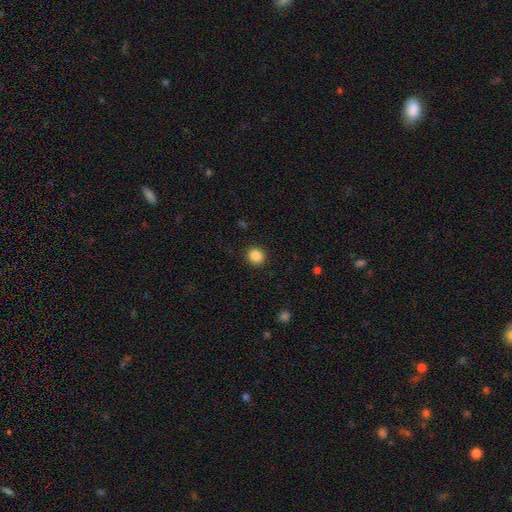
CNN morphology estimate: Smooth or featured?
  - smooth: 87% *
  - star or artifact: 10%
  - featured or disk: 3%
How rounded?
  - round: 89% *
  - in between: 10%
  - cigar-shaped: 1%
Merging?
  - none: 91% *
  - minor disturbance: 5%
  - major disturbance: 2%
  - merger: 1%